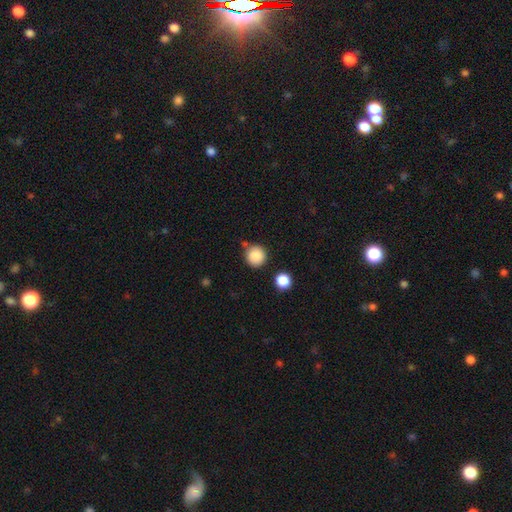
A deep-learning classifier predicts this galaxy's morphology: Smooth or featured? Predicted: smooth (p=0.87). How rounded? Predicted: round (p=0.93). Merging? Predicted: none (p=0.81).